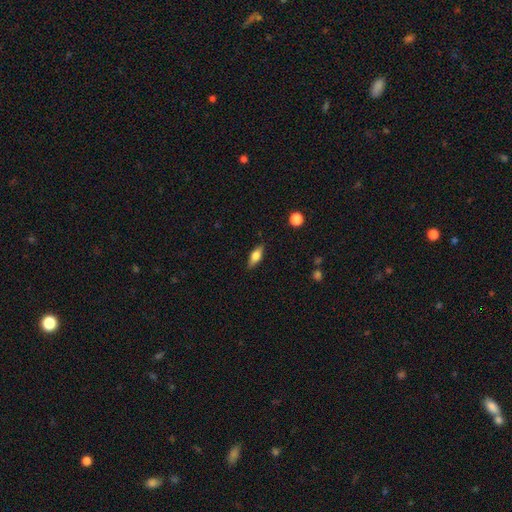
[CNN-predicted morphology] Smooth or featured?
  - smooth: 58% *
  - featured or disk: 34%
  - star or artifact: 7%
How rounded?
  - in between: 68% *
  - cigar-shaped: 28%
  - round: 4%
Merging?
  - none: 86% *
  - minor disturbance: 10%
  - major disturbance: 2%
  - merger: 1%